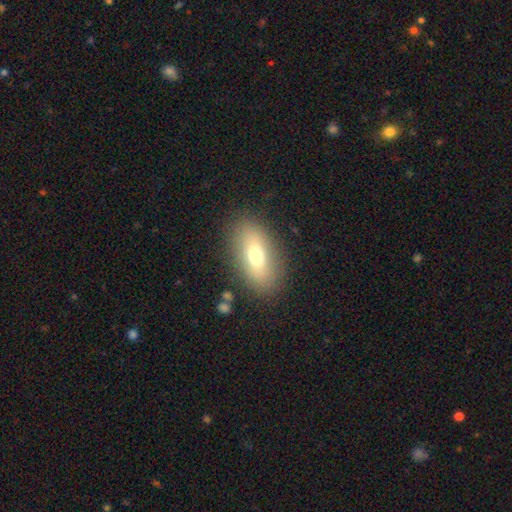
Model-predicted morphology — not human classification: A smooth galaxy with no disk features (68%) that is in between round and cigar-shaped (84%).

Vote fractions:
- Smooth or featured? smooth: 68% / featured or disk: 24% / star or artifact: 9%
- How rounded? in between: 84% / cigar-shaped: 10% / round: 6%
- Merging? none: 85% / minor disturbance: 10% / major disturbance: 4% / merger: 2%